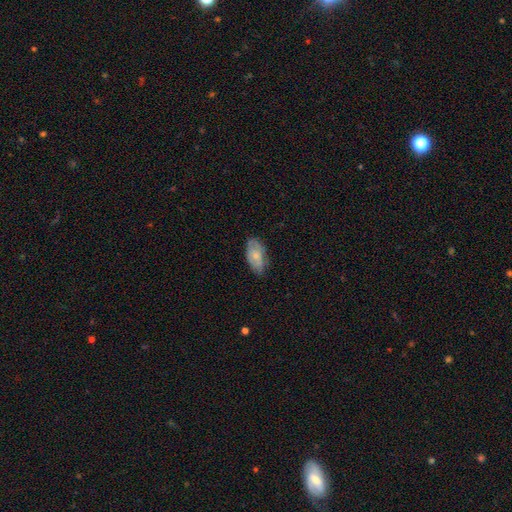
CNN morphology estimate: This appears to be a smooth galaxy with no disk features (62%) that is in between round and cigar-shaped (93%). Merging: none (66%).